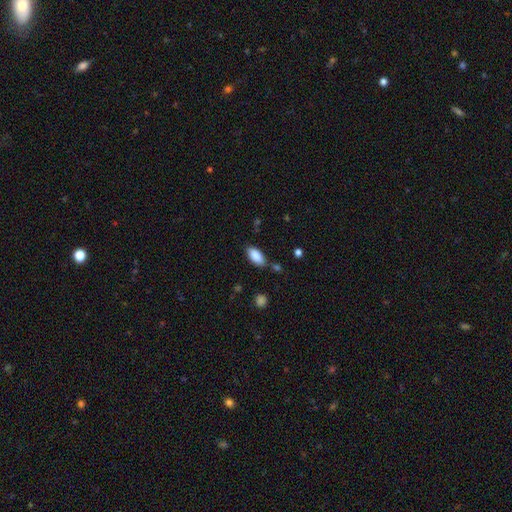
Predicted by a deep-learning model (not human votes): Q: Smooth or featured?
A: smooth (88%); runner-up: star or artifact (7%)
Q: How rounded?
A: in between (90%); runner-up: cigar-shaped (8%)
Q: Merging?
A: none (78%); runner-up: minor disturbance (14%)